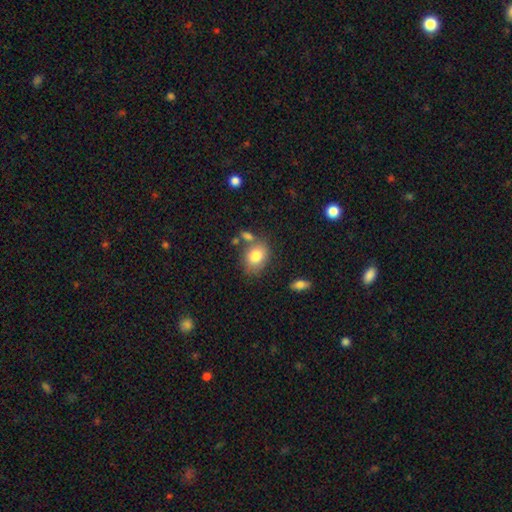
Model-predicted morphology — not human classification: This is clearly a smooth galaxy (81%). How rounded: likely in between (66%). Merging: likely none (64%).